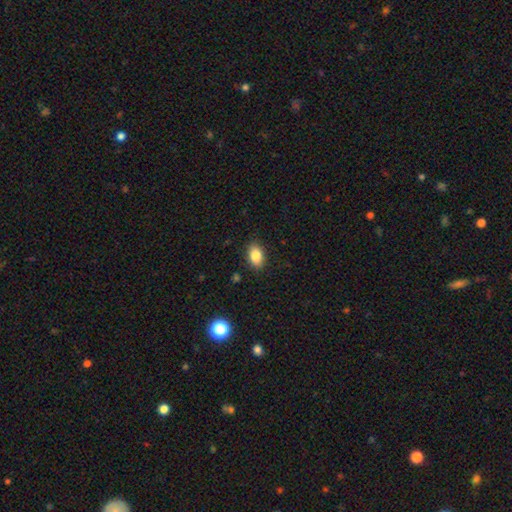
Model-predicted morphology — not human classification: This is clearly a smooth galaxy (85%). How rounded: clearly in between (87%). Merging: clearly none (87%).